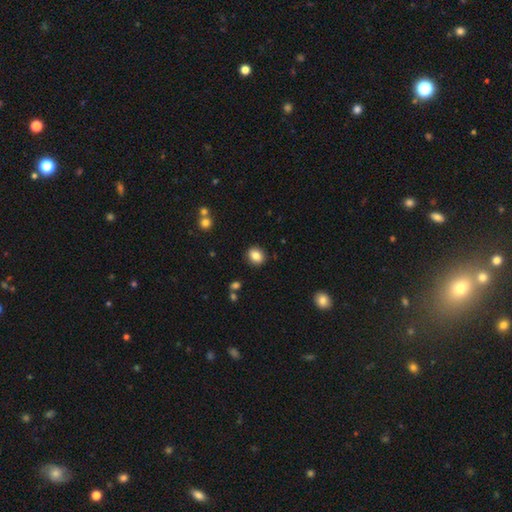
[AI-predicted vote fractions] Smooth or featured? Predicted: smooth (p=0.84). How rounded? Predicted: round (p=0.60). Merging? Predicted: none (p=0.90).